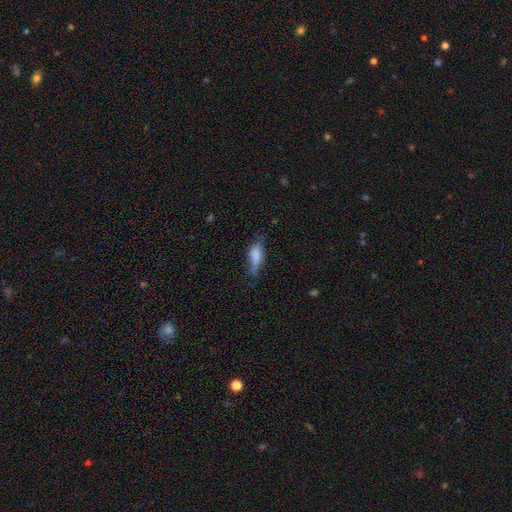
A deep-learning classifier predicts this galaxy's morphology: Q: Smooth or featured?
A: smooth (67%); runner-up: featured or disk (24%)
Q: How rounded?
A: in between (64%); runner-up: cigar-shaped (33%)
Q: Merging?
A: none (39%); runner-up: minor disturbance (36%)